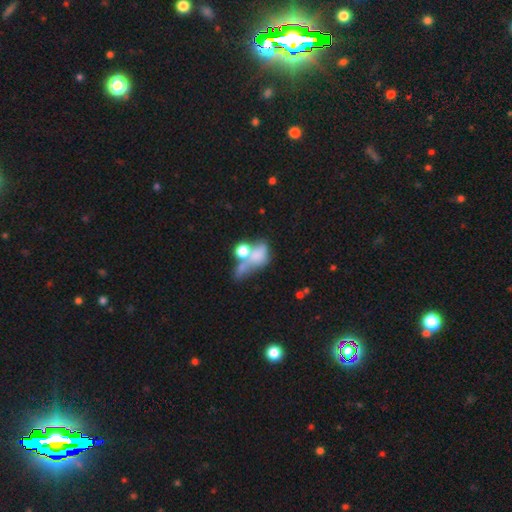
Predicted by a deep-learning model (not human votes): Morphology: type=smooth (60%); roundness=in between (62%); merging=merger (48%).